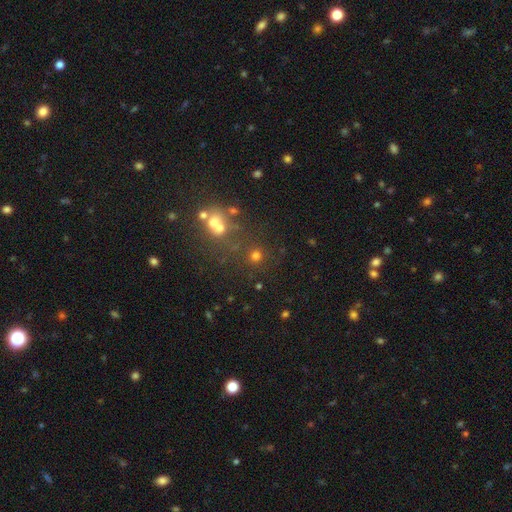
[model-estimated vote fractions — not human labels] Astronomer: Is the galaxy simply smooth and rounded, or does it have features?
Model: smooth — 64%.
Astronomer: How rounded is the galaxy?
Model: round — 90%.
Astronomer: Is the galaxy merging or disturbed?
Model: none — 69%.